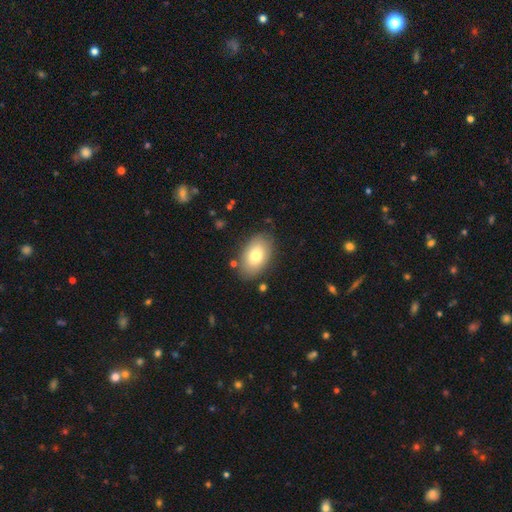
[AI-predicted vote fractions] The model was most divided on "smooth or featured": smooth: 76%, featured or disk: 17%, star or artifact: 7%. More confident: how rounded — in between (91%); merging — none (82%).